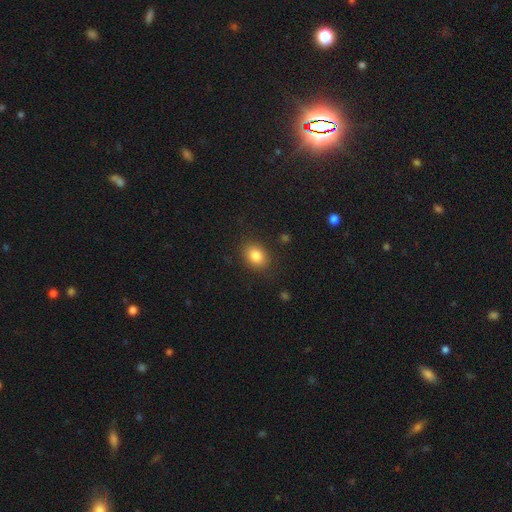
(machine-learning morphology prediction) Smooth or featured: smooth — 83% (star or artifact — 9%)
How rounded: in between — 62% (round — 37%)
Merging: none — 84% (minor disturbance — 11%)